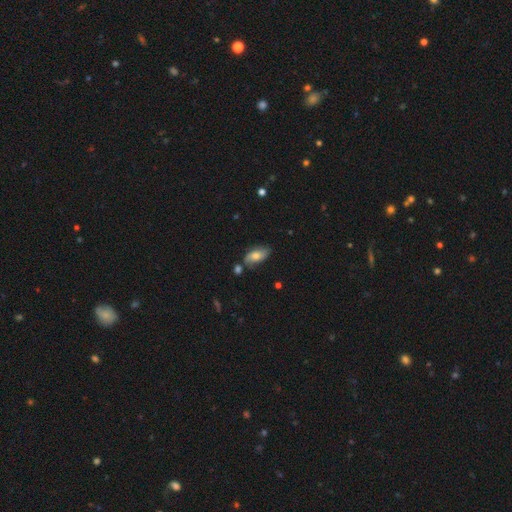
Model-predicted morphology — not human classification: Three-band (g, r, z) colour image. It shows a smooth galaxy with no disk features (66%) that is in between round and cigar-shaped (89%). Merging: none (67%).